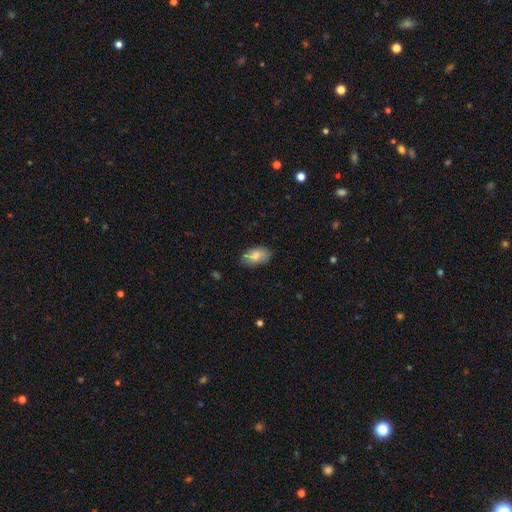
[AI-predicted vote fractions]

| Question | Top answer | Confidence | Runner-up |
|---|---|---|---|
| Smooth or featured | smooth | 79% | featured or disk (14%) |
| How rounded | in between | 92% | round (5%) |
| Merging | none | 72% | minor disturbance (22%) |